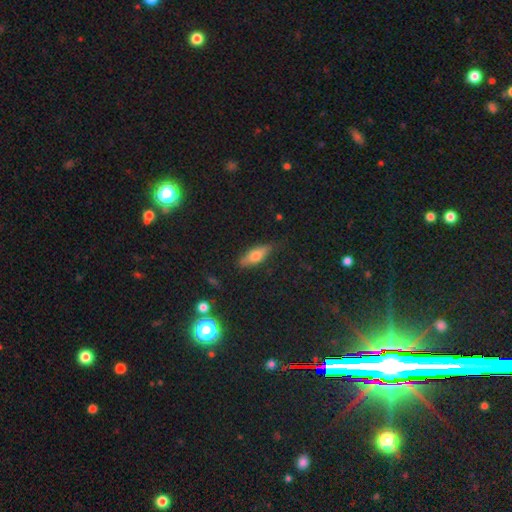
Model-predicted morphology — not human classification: A smooth galaxy with no disk features (58%) that is in between round and cigar-shaped (55%).

Vote fractions:
- Smooth or featured? smooth: 58% / featured or disk: 32% / star or artifact: 9%
- How rounded? in between: 55% / cigar-shaped: 41% / round: 3%
- Merging? none: 79% / minor disturbance: 16% / major disturbance: 3% / merger: 2%